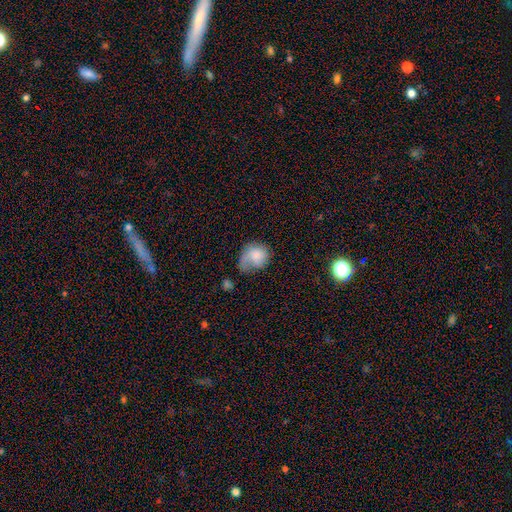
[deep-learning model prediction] A smooth galaxy with no disk features (65%) that is round (60%). Merging: major disturbance (33%).